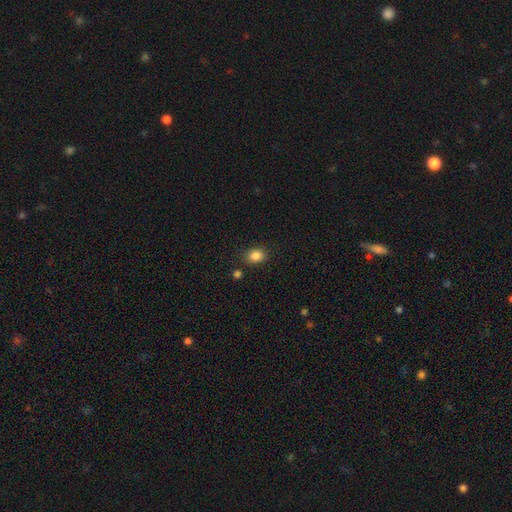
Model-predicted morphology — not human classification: The model was most divided on "how rounded": in between: 57%, round: 42%, cigar-shaped: 1%. More confident: smooth or featured — smooth (85%); merging — none (82%).